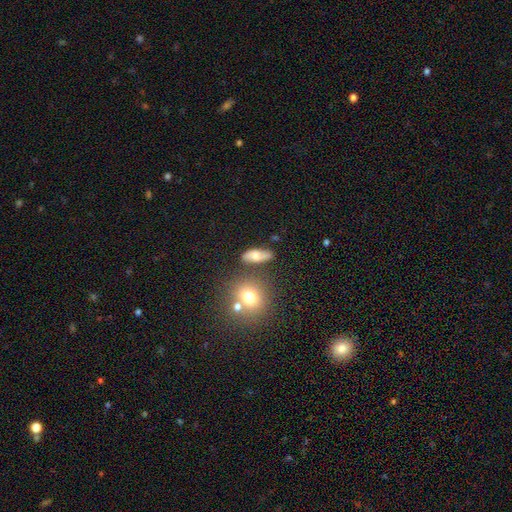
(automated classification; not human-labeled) smooth 59%, featured or disk 30%, star or artifact 11%. Down the decision tree: how rounded — in between (66%); merging — none (69%).